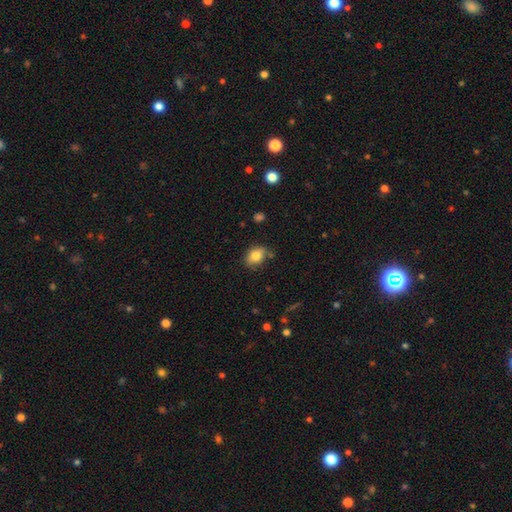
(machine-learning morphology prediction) Smooth or featured? Predicted: smooth (p=0.81). How rounded? Predicted: in between (p=0.71). Merging? Predicted: none (p=0.71).